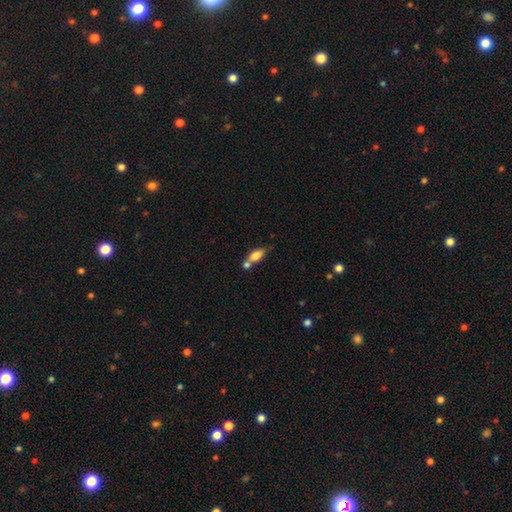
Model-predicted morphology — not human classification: smooth 77%, featured or disk 15%, star or artifact 8%. Down the decision tree: how rounded — in between (83%); merging — none (42%).